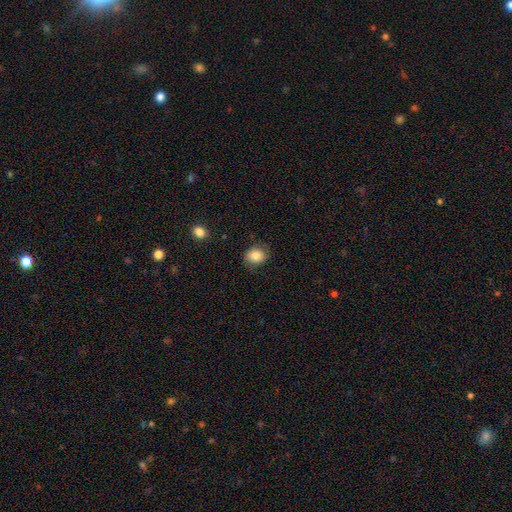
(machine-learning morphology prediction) smooth 83%, star or artifact 9%, featured or disk 8%. Down the decision tree: how rounded — round (55%); merging — none (81%).